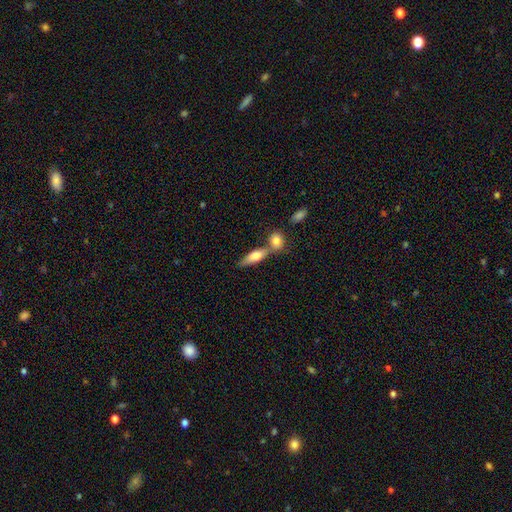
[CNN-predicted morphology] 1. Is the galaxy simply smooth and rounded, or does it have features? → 68% smooth, 26% featured or disk, 7% star or artifact.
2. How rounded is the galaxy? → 57% in between, 38% cigar-shaped, 4% round.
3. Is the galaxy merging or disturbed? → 44% none, 42% merger, 10% minor disturbance, 4% major disturbance.